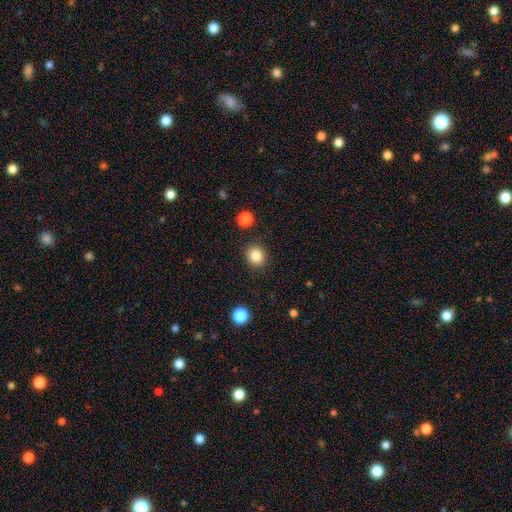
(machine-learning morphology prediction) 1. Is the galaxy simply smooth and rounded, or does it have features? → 85% smooth, 11% star or artifact, 5% featured or disk.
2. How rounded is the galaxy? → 82% round, 18% in between, 1% cigar-shaped.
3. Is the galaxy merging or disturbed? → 89% none, 7% minor disturbance, 2% major disturbance, 2% merger.